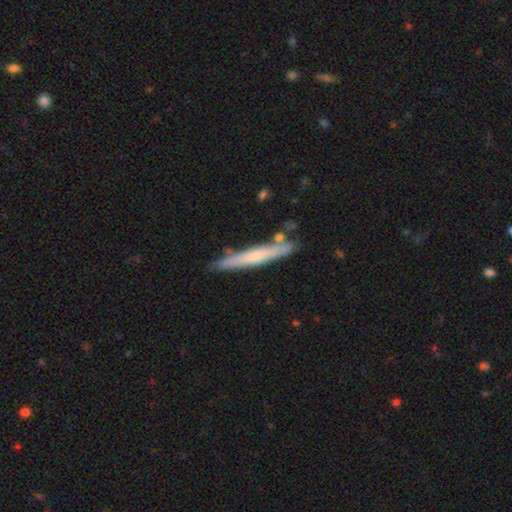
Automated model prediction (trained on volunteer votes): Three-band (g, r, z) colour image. It shows a smooth galaxy with no disk features (50%) that is cigar-shaped (95%). Merging: none (81%).